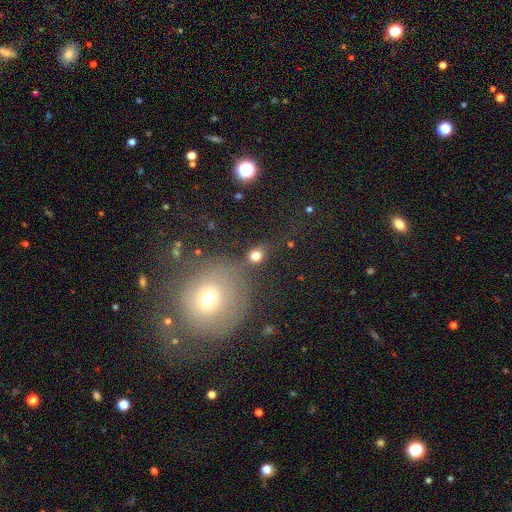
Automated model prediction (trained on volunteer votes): smooth 77%, star or artifact 14%, featured or disk 9%. Down the decision tree: how rounded — round (65%); merging — none (72%).